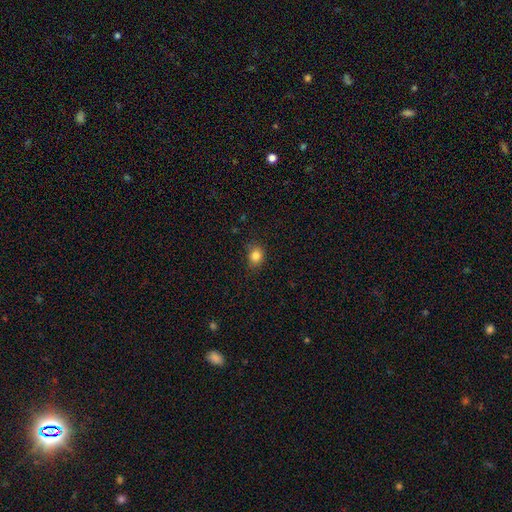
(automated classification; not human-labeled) Overall: smooth (84%). How rounded: round (61%; in between 38%). Merging: none (80%).